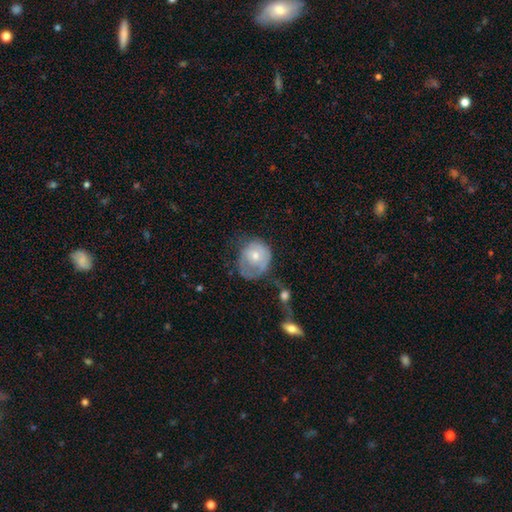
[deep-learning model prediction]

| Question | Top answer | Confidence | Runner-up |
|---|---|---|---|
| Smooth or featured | smooth | 53% | featured or disk (40%) |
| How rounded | round | 67% | in between (32%) |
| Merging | none | 35% | minor disturbance (31%) |